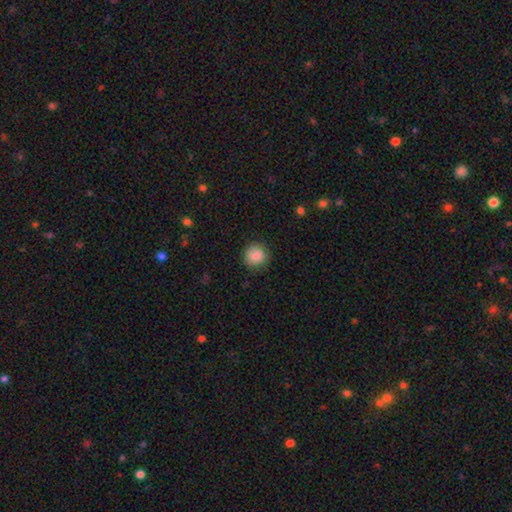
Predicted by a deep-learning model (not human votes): smooth 83%, featured or disk 8%, star or artifact 8%. Down the decision tree: how rounded — round (92%); merging — none (85%).